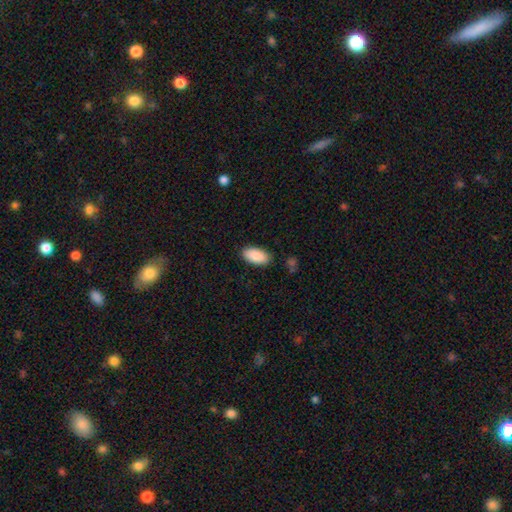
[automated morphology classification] smooth_or_featured: smooth (p=0.89) [alt: star or artifact p=0.06]
how_rounded: in between (p=0.95) [alt: cigar-shaped p=0.03]
merging: none (p=0.86) [alt: minor disturbance p=0.10]